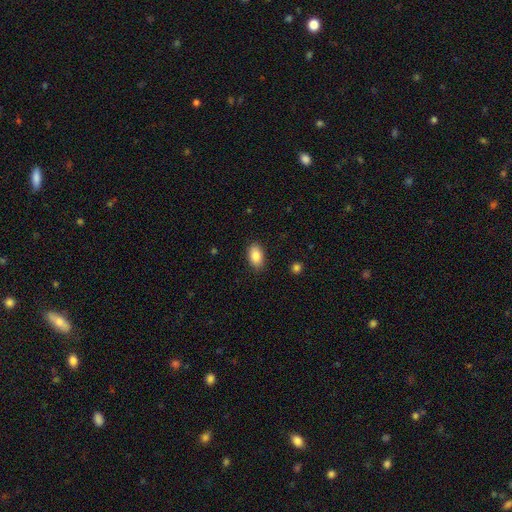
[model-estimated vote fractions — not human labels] Smooth or featured? smooth (86%)
How rounded? in between (92%)
Merging? none (87%)